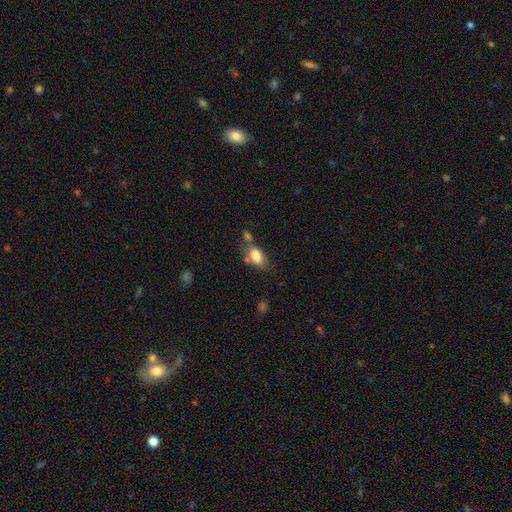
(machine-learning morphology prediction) Q: Smooth or featured?
A: smooth (80%); runner-up: featured or disk (12%)
Q: How rounded?
A: in between (89%); runner-up: round (7%)
Q: Merging?
A: none (47%); runner-up: merger (24%)